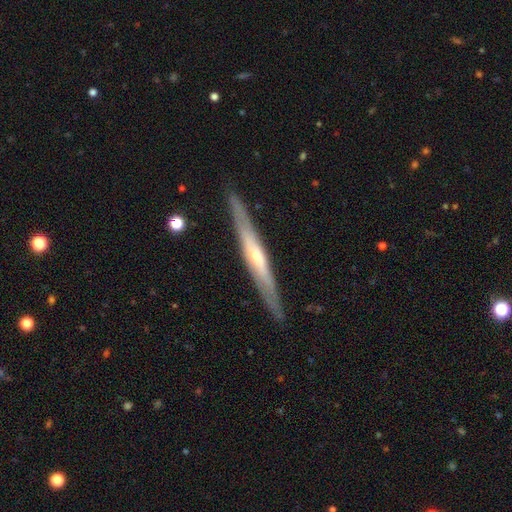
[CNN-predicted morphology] The model was most divided on "edge-on bulge": rounded: 62%, none: 33%, boxy: 5%. More confident: edge-on disk — yes (94%); merging — none (90%); smooth or featured — featured or disk (72%).